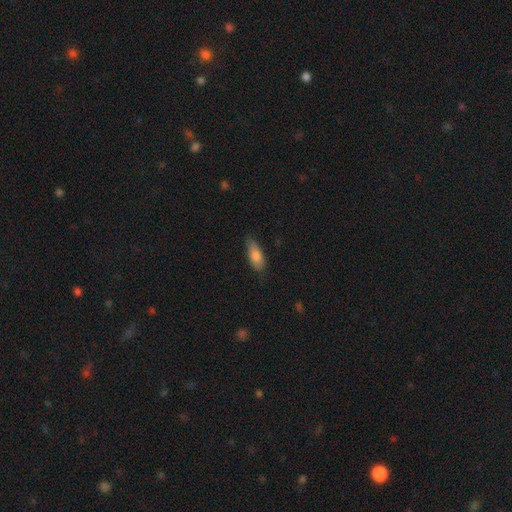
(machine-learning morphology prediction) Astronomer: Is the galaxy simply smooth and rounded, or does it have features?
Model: smooth — 82%.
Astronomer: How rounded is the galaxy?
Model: in between — 77%.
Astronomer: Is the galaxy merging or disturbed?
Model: none — 69%.